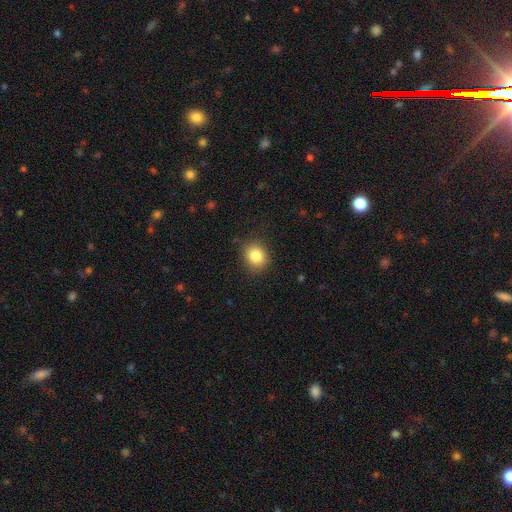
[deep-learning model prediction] smooth 84%, star or artifact 10%, featured or disk 6%. Down the decision tree: how rounded — round (68%); merging — none (85%).